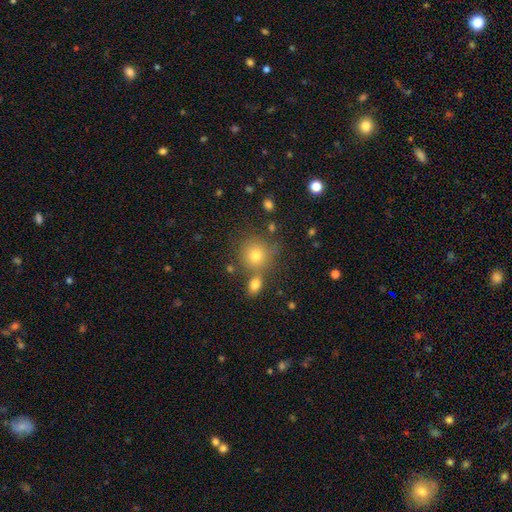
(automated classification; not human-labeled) Overall: smooth (75%). How rounded: round (89%). Merging: none (66%).